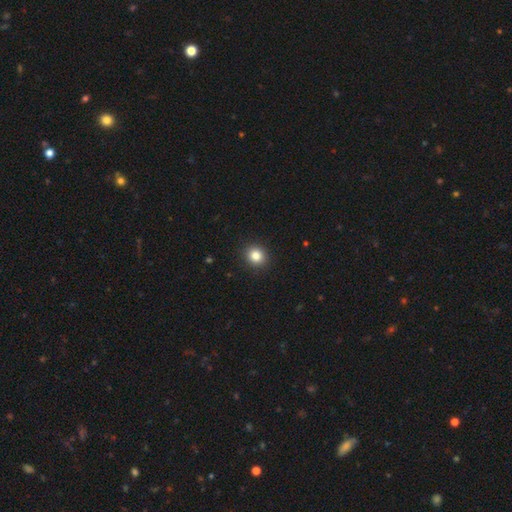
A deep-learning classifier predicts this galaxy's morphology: smooth 84%, star or artifact 11%, featured or disk 5%. Down the decision tree: how rounded — round (81%); merging — none (92%).